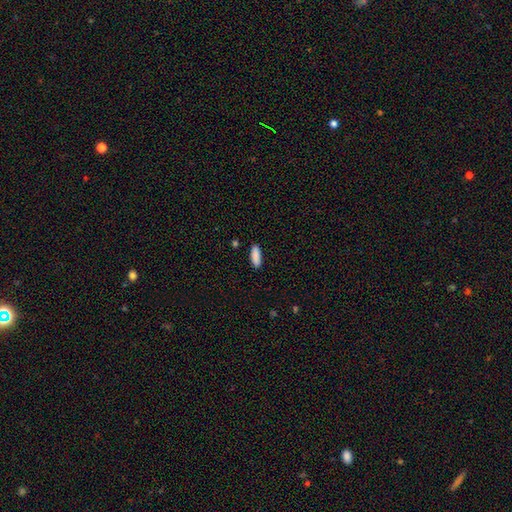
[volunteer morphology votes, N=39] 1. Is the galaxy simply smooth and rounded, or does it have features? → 90% smooth, 5% featured or disk, 5% star or artifact.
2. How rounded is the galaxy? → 66% in between, 31% cigar-shaped, 3% round.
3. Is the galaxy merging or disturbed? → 68% none, 24% minor disturbance, 5% major disturbance, 3% merger.